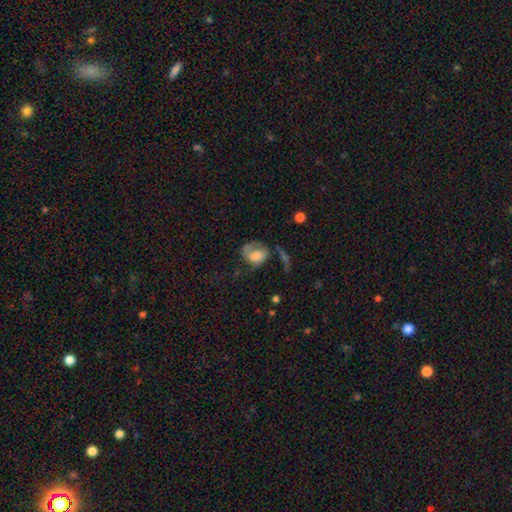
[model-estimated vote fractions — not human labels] smooth 54%, featured or disk 37%, star or artifact 9%. Down the decision tree: how rounded — in between (64%); merging — major disturbance (38%).